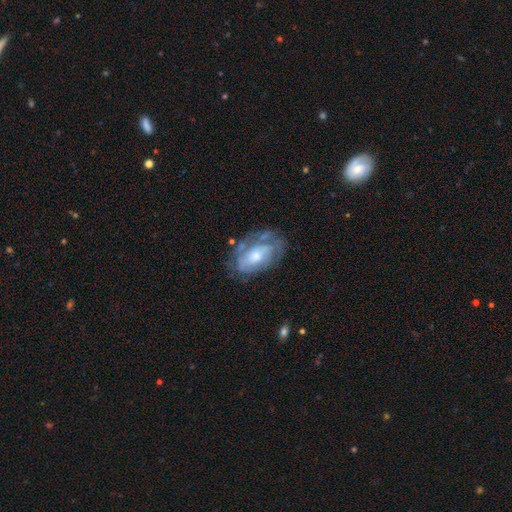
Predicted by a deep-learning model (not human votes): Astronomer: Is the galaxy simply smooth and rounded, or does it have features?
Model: featured or disk — 65%.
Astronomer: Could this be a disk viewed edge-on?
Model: no — 94%.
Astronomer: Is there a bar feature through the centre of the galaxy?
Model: no — 73%.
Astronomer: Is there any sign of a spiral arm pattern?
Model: yes — 61% (runner-up: no, 39%).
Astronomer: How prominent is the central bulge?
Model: moderate — 53% (runner-up: small, 35%).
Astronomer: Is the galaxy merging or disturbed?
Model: none — 56%.